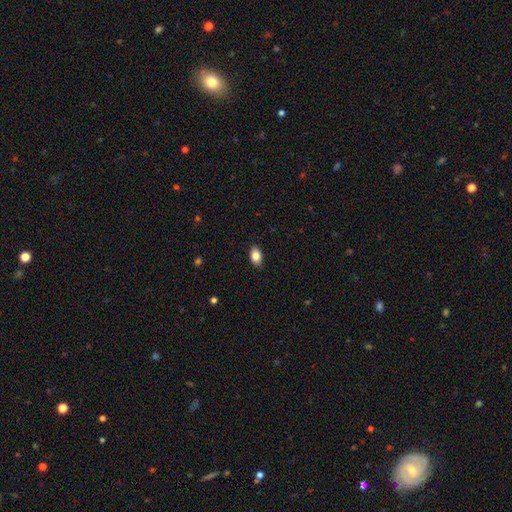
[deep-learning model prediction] Smooth or featured?
  - smooth: 84% *
  - star or artifact: 8%
  - featured or disk: 7%
How rounded?
  - in between: 88% *
  - round: 11%
  - cigar-shaped: 2%
Merging?
  - none: 89% *
  - minor disturbance: 9%
  - major disturbance: 2%
  - merger: 1%